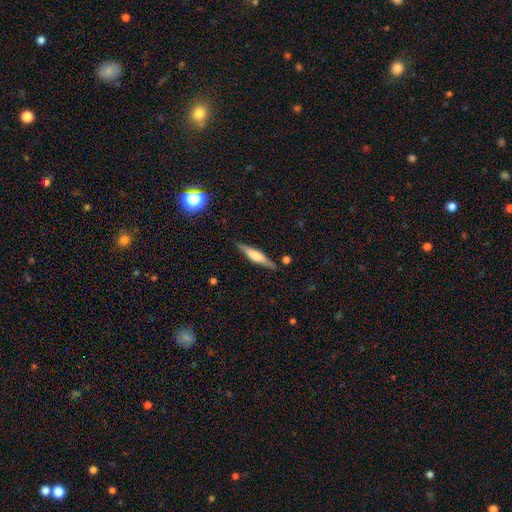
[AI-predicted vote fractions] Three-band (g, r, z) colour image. It shows a featured or disk galaxy (56%) viewed edge-on (96%) with a rounded central bulge (54%). Merging: none (85%).